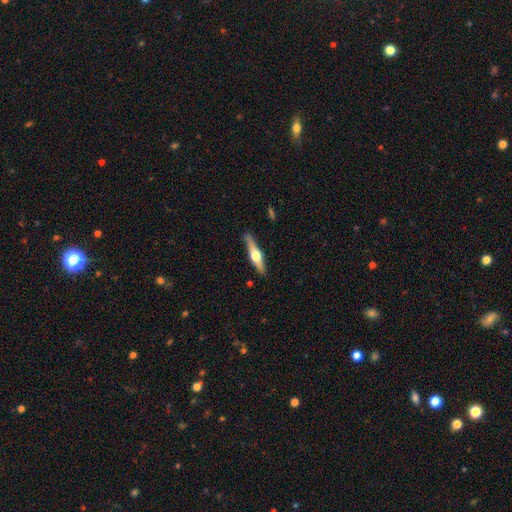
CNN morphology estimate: Overall: featured or disk (67%; smooth 28%). Edge-on disk: yes (97%). Edge-on bulge: rounded (95%). Merging: none (88%).